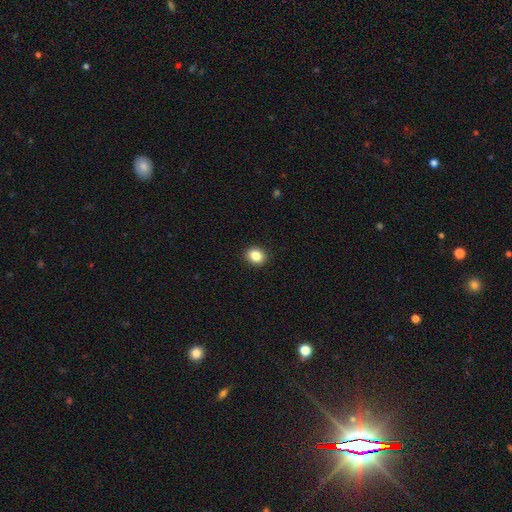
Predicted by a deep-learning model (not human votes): This is clearly a smooth galaxy (85%). How rounded: possibly round (59%). Merging: clearly none (91%).